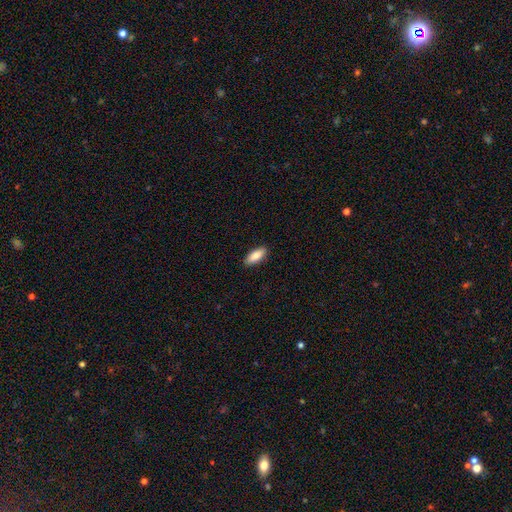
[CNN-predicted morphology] smooth 87%, featured or disk 8%, star or artifact 6%. Down the decision tree: how rounded — in between (78%); merging — none (90%).